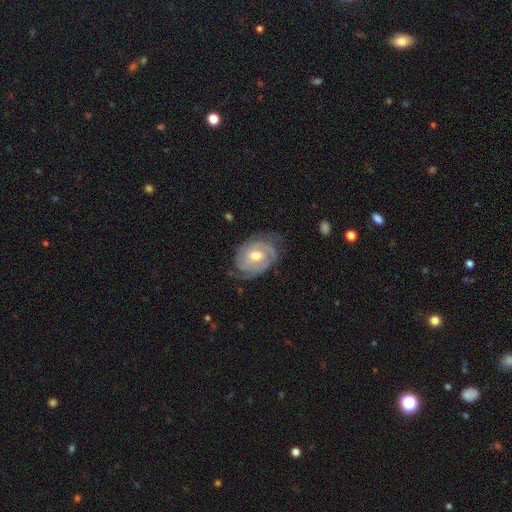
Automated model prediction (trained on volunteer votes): Q: Smooth or featured?
A: featured or disk (86%); runner-up: smooth (9%)
Q: Edge-on disk?
A: no (97%); runner-up: yes (3%)
Q: Bar?
A: no (56%); runner-up: weak (36%)
Q: Spiral arms?
A: yes (96%); runner-up: no (4%)
Q: Spiral winding?
A: tight (66%); runner-up: medium (28%)
Q: Spiral arm count?
A: 2 (42%); runner-up: 3 (26%)
Q: Bulge size?
A: moderate (75%); runner-up: small (18%)
Q: Merging?
A: none (74%); runner-up: minor disturbance (19%)